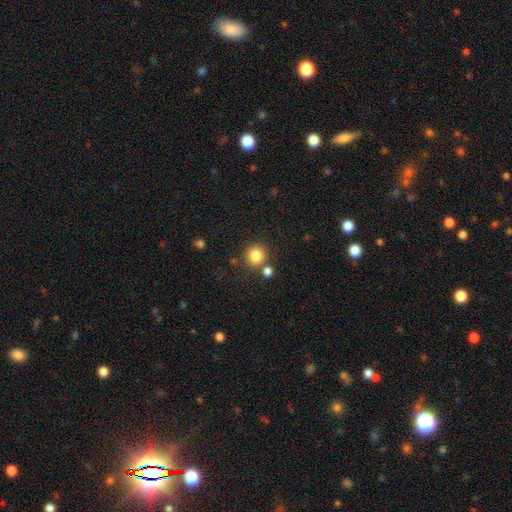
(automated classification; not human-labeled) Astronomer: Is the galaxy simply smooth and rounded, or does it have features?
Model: smooth — 83%.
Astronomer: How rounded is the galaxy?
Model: round — 92%.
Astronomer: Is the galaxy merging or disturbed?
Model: none — 78%.